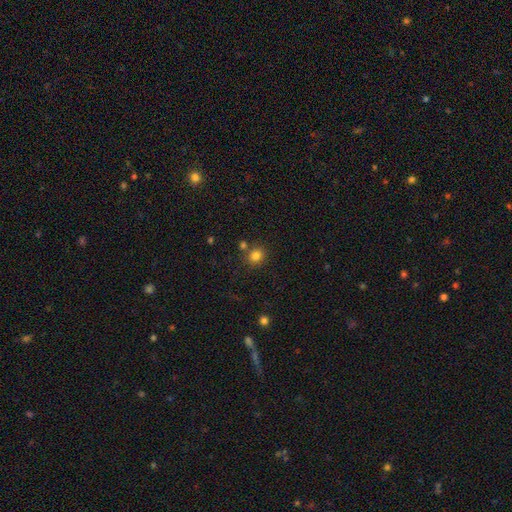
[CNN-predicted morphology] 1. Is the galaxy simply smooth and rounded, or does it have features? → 81% smooth, 13% star or artifact, 6% featured or disk.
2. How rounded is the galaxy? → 87% round, 12% in between, 1% cigar-shaped.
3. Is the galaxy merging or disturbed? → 76% none, 12% merger, 9% minor disturbance, 3% major disturbance.